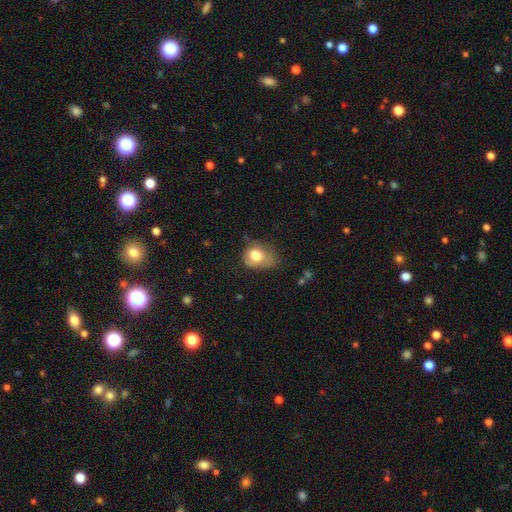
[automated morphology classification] Smooth or featured? smooth (72%)
How rounded? in between (59%)
Merging? minor disturbance (38%)